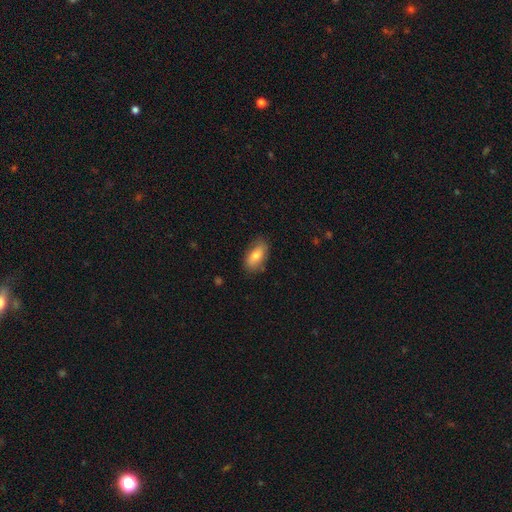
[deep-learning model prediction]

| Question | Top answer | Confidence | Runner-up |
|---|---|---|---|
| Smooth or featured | smooth | 76% | featured or disk (17%) |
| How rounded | in between | 90% | cigar-shaped (6%) |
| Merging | none | 79% | minor disturbance (16%) |